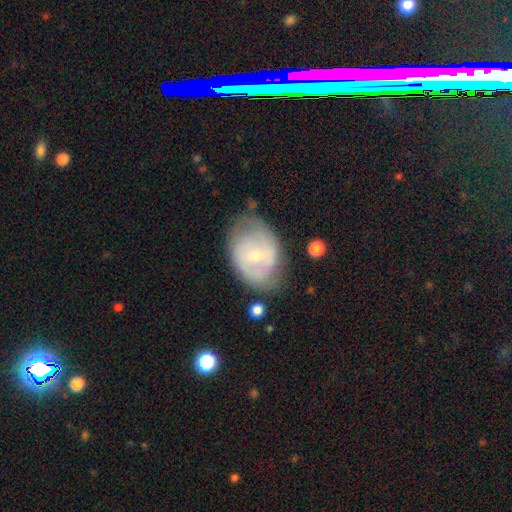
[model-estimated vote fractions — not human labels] A featured or disk galaxy (62%) with no bar (48%), spiral arms (64%) and a small central bulge (64%).

Vote fractions:
- Smooth or featured? featured or disk: 62% / smooth: 32% / star or artifact: 6%
- Edge-on disk? no: 96% / yes: 4%
- Bar? no: 48% / weak: 41% / strong: 11%
- Spiral arms? yes: 64% / no: 36%
- Bulge size? small: 64% / moderate: 32% / none: 2% / large: 1% / dominant: 1%
- Merging? none: 59% / minor disturbance: 27% / major disturbance: 11% / merger: 3%